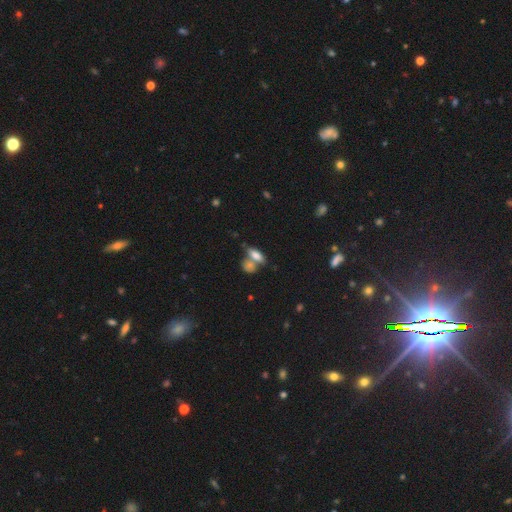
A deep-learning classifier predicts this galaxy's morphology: smooth-or-featured: smooth: 73% | featured or disk: 17% | star or artifact: 10%
  how-rounded: in between: 78% | cigar-shaped: 17% | round: 6%
  merging: merger: 43% | none: 42% | minor disturbance: 11% | major disturbance: 5%